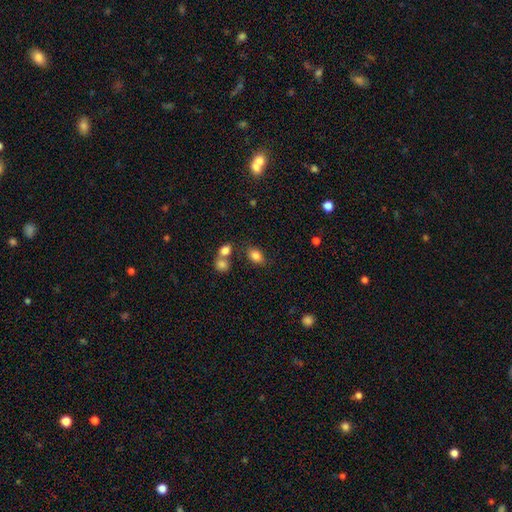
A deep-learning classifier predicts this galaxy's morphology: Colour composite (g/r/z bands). It shows a smooth galaxy with no disk features (83%) that is in between round and cigar-shaped (80%). Merging: none (70%).